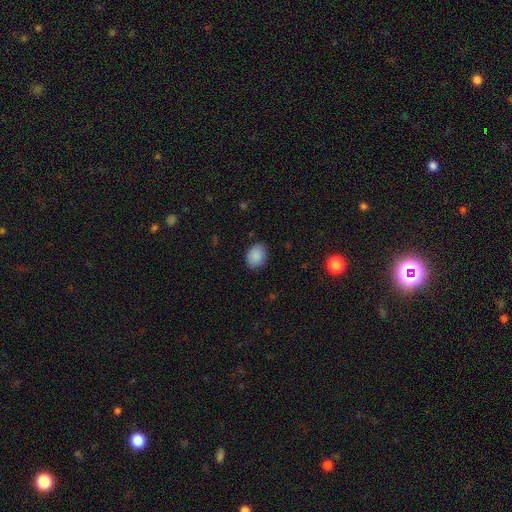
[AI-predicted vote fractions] Smooth or featured? Predicted: smooth (p=0.89). How rounded? Predicted: in between (p=0.62). Merging? Predicted: none (p=0.85).